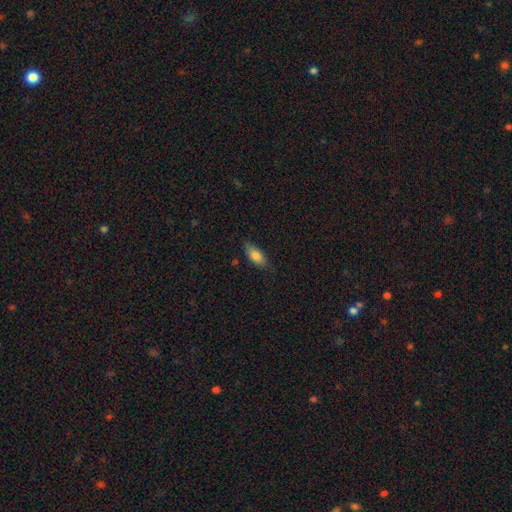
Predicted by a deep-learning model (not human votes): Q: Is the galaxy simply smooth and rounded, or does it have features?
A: smooth — 80%.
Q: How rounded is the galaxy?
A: in between — 80%.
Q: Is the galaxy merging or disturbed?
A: none — 77%.